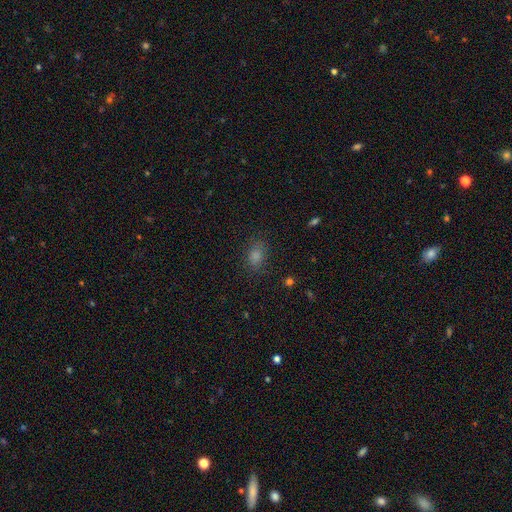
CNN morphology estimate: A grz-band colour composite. It shows a smooth galaxy with no disk features (73%) that is in between round and cigar-shaped (72%). Merging: none (83%).